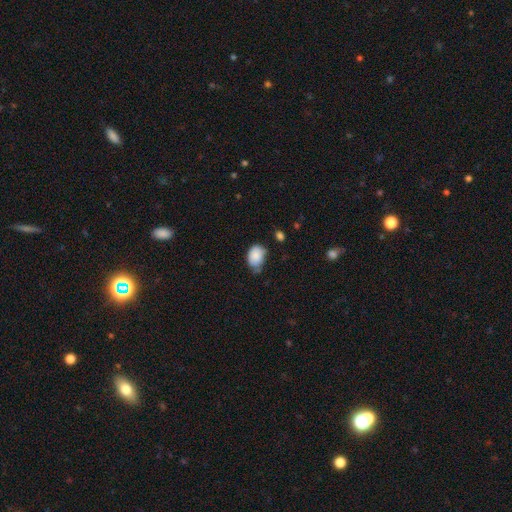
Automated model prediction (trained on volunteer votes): Smooth or featured? Predicted: smooth (p=0.87). How rounded? Predicted: in between (p=0.75). Merging? Predicted: none (p=0.46).